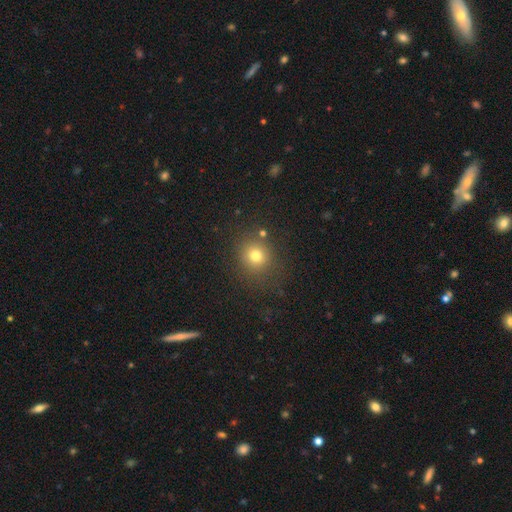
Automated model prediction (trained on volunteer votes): This appears to be a smooth galaxy with no disk features (76%) that is round (86%). Merging: none (81%).